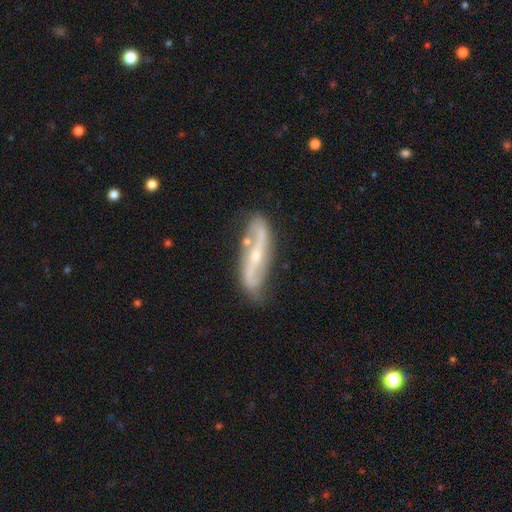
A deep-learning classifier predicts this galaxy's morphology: type=featured or disk (84%); edge-on=no (82%); bar=strong (43%); spiral arms=yes (92%); winding=loose (66%); arm count=2 (91%); bulge=small (71%); merging=none (76%).